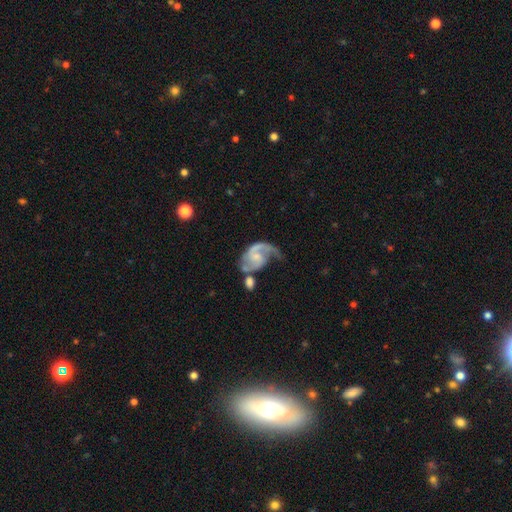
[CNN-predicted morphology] Smooth or featured: featured or disk — 86% (smooth — 9%)
Edge-on disk: no — 98% (yes — 2%)
Bar: no — 50% (weak — 41%)
Spiral arms: yes — 95% (no — 5%)
Spiral winding: medium — 48% (loose — 36%)
Spiral arm count: 2 — 71% (1 — 21%)
Bulge size: small — 53% (moderate — 25%)
Merging: none — 36% (major disturbance — 25%)